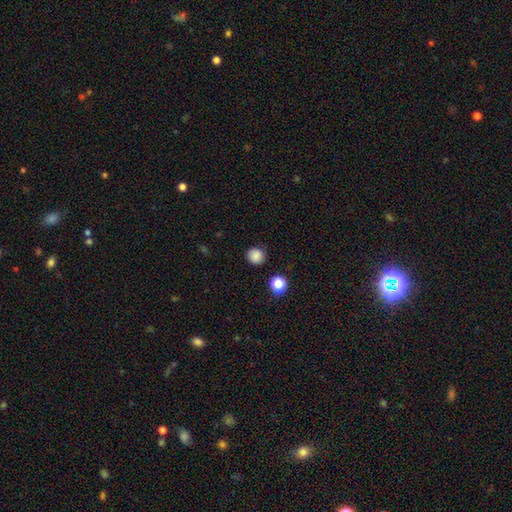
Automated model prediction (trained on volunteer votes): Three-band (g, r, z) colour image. It shows a smooth galaxy with no disk features (85%) that is round (94%). Merging: none (87%).